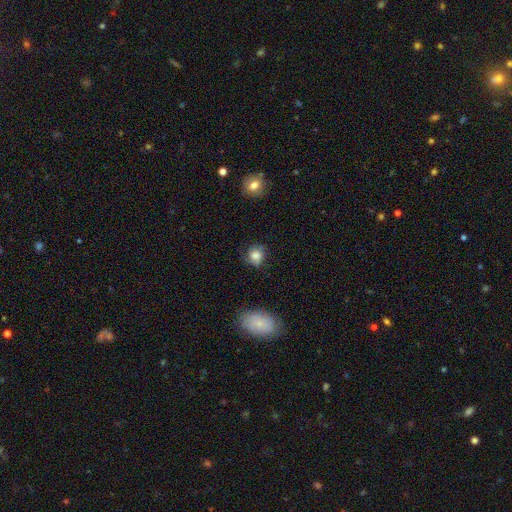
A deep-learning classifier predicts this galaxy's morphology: A smooth galaxy with no disk features (76%) that is round (77%). Merging: none (68%).